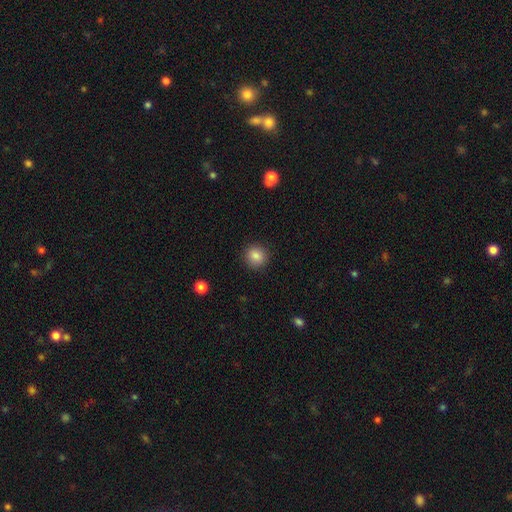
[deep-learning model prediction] Smooth or featured: smooth — 84% (star or artifact — 10%)
How rounded: round — 91% (in between — 8%)
Merging: none — 90% (minor disturbance — 6%)